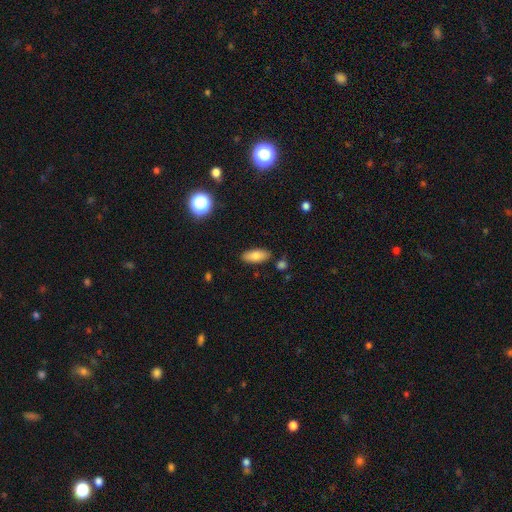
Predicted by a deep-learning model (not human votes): Morphology: type=smooth (81%); roundness=in between (82%); merging=none (84%).